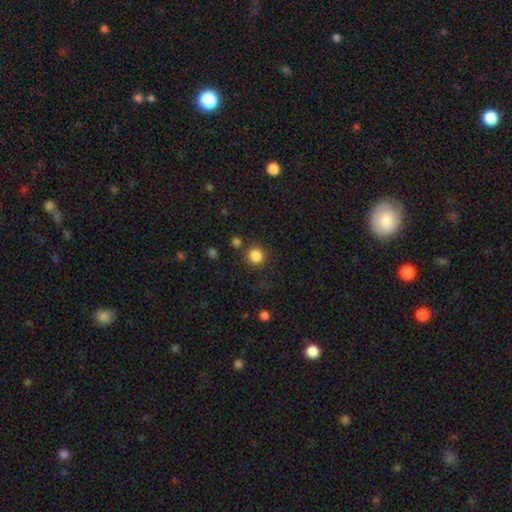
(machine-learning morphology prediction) The model was most divided on "smooth or featured": smooth: 85%, star or artifact: 12%, featured or disk: 4%. More confident: how rounded — round (94%); merging — none (83%).